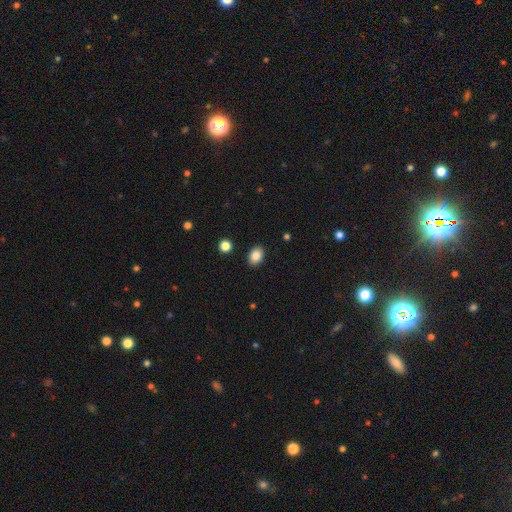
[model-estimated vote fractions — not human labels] Morphology: type=smooth (87%); roundness=in between (74%); merging=none (89%).